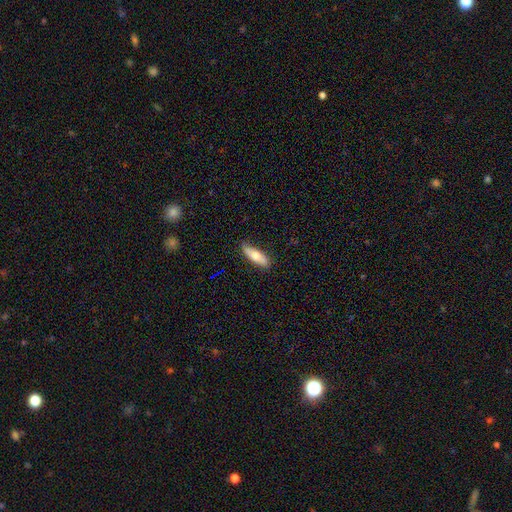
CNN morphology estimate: smooth 68%, featured or disk 26%, star or artifact 6%. Down the decision tree: how rounded — in between (49%); merging — none (82%).